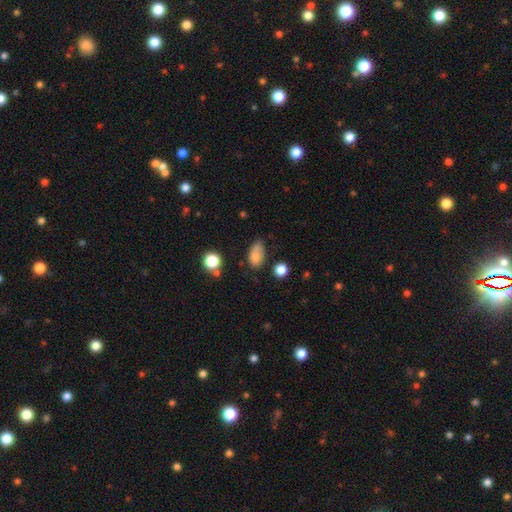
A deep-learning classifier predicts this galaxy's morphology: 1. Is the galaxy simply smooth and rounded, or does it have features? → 79% smooth, 11% star or artifact, 10% featured or disk.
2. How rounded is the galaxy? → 88% in between, 8% round, 4% cigar-shaped.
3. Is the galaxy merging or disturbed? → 51% none, 33% minor disturbance, 10% major disturbance, 6% merger.